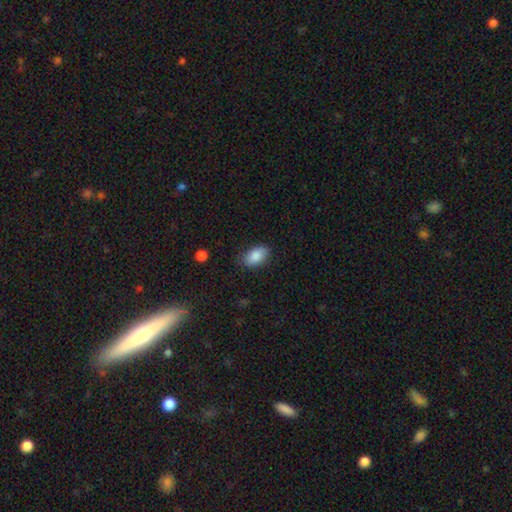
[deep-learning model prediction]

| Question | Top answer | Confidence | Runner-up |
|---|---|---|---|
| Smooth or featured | smooth | 87% | star or artifact (7%) |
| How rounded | in between | 92% | round (6%) |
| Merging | none | 80% | minor disturbance (15%) |